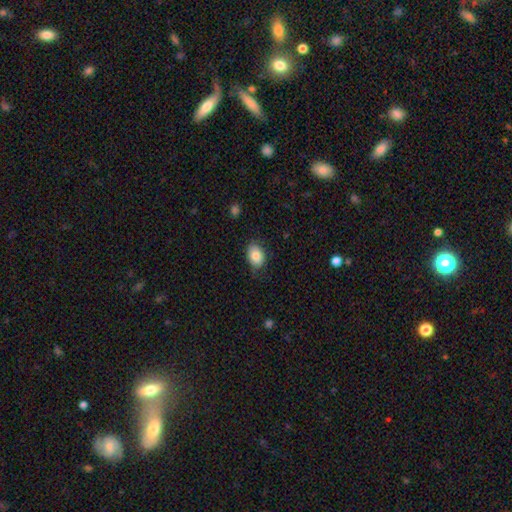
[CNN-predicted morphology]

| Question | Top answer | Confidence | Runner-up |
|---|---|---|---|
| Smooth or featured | smooth | 84% | star or artifact (8%) |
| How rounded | in between | 78% | round (21%) |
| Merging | none | 79% | minor disturbance (17%) |